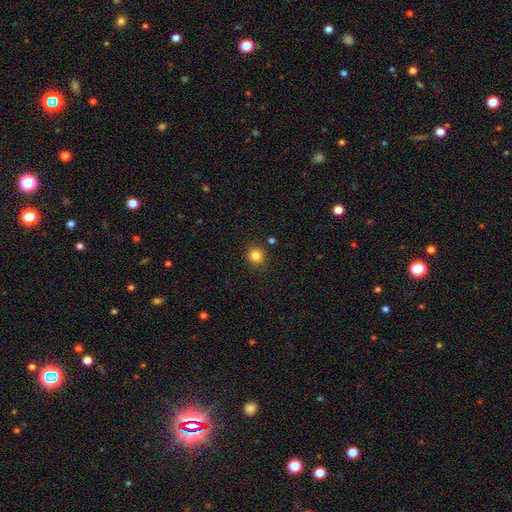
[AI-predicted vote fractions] A smooth galaxy with no disk features (83%) that is round (91%).

Vote fractions:
- Smooth or featured? smooth: 83% / star or artifact: 12% / featured or disk: 5%
- How rounded? round: 91% / in between: 8% / cigar-shaped: 1%
- Merging? none: 89% / minor disturbance: 7% / merger: 3% / major disturbance: 2%